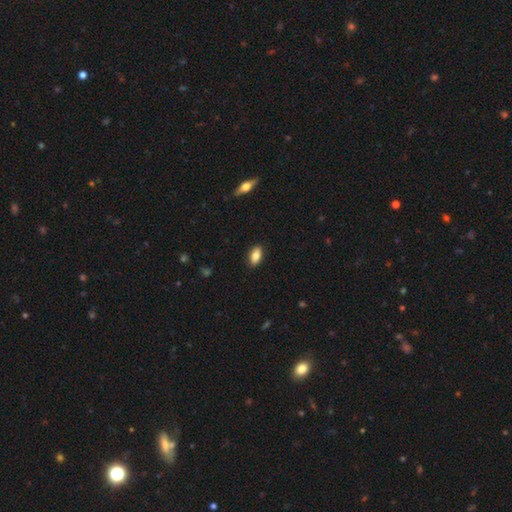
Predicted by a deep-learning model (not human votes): Smooth or featured?
  - smooth: 83% *
  - featured or disk: 10%
  - star or artifact: 7%
How rounded?
  - in between: 90% *
  - cigar-shaped: 6%
  - round: 4%
Merging?
  - none: 89% *
  - minor disturbance: 9%
  - major disturbance: 2%
  - merger: 1%